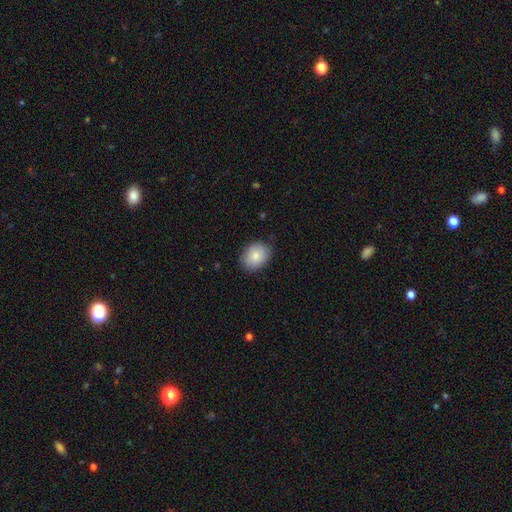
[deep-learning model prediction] smooth_or_featured: smooth (p=0.84) [alt: featured or disk p=0.09]
how_rounded: in between (p=0.58) [alt: round p=0.41]
merging: none (p=0.83) [alt: minor disturbance p=0.13]